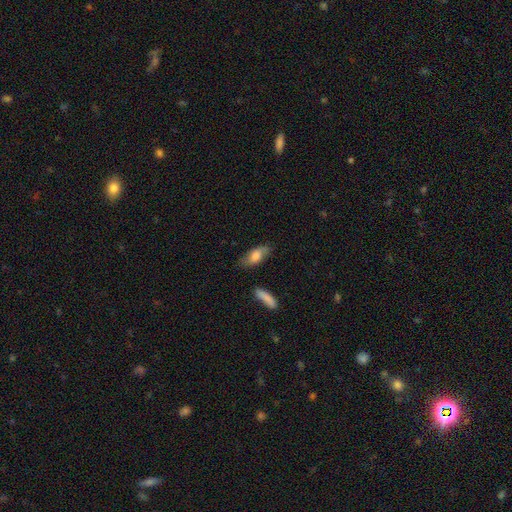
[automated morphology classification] type=smooth (66%); roundness=in between (77%); merging=none (74%).